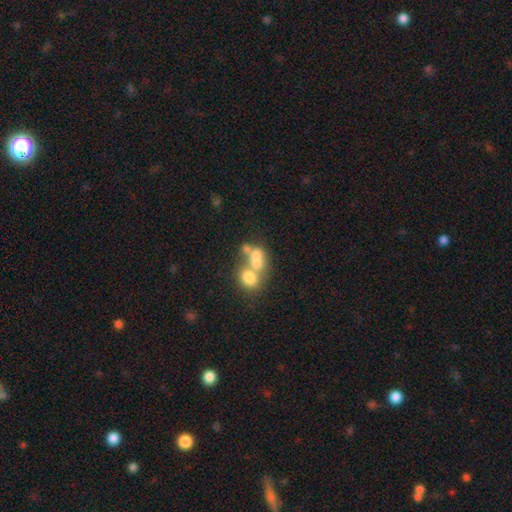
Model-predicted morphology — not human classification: Q: Smooth or featured?
A: smooth (62%); runner-up: featured or disk (25%)
Q: How rounded?
A: in between (51%); runner-up: round (47%)
Q: Merging?
A: merger (63%); runner-up: none (23%)